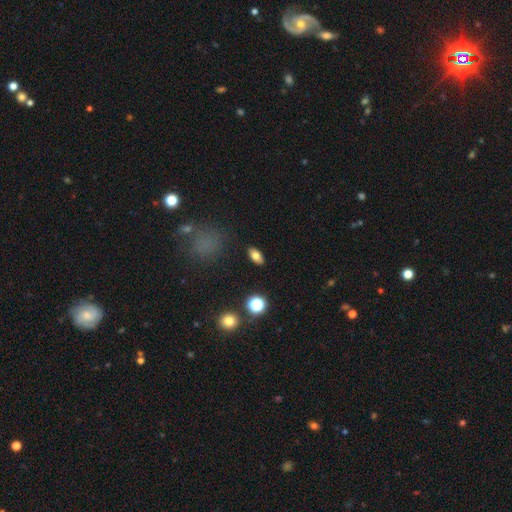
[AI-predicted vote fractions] Morphology: type=smooth (74%); roundness=in between (85%); merging=none (88%).